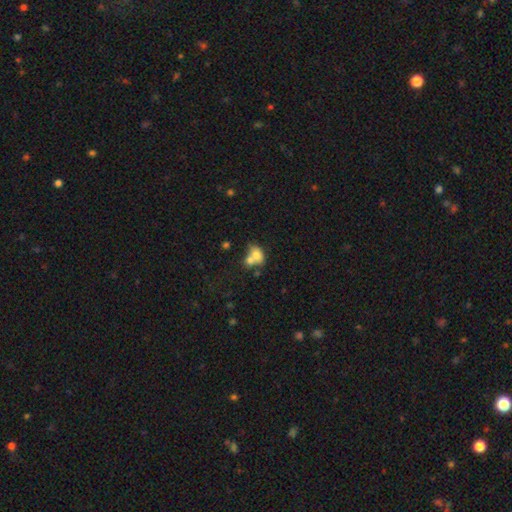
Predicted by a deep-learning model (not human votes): smooth-or-featured: smooth: 69% | featured or disk: 20% | star or artifact: 10%
  how-rounded: in between: 68% | round: 30% | cigar-shaped: 2%
  merging: merger: 57% | none: 26% | minor disturbance: 11% | major disturbance: 6%